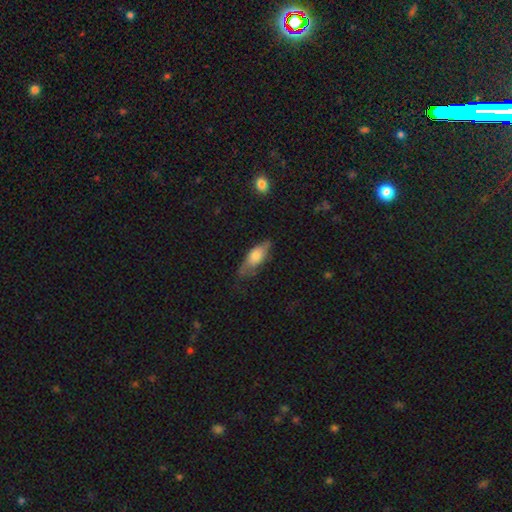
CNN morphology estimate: This is likely a smooth galaxy (62%). How rounded: likely in between (69%). Merging: possibly none (59%).